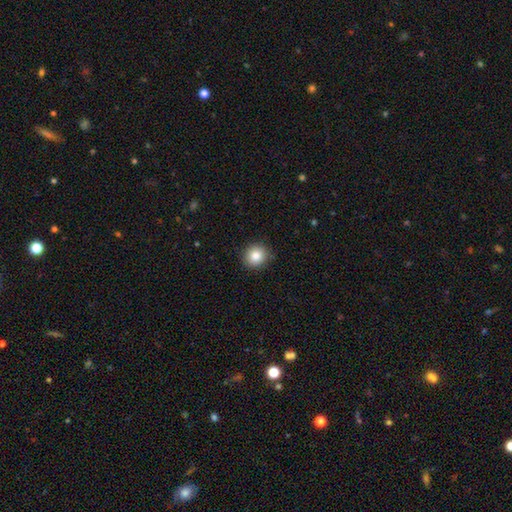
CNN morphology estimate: Smooth or featured? smooth (85%)
How rounded? round (86%)
Merging? none (90%)